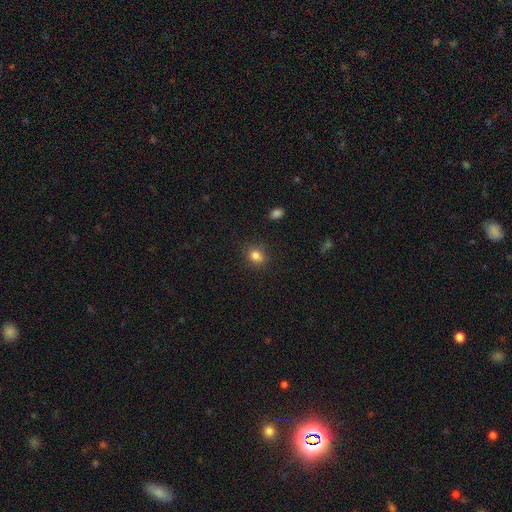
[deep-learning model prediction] Smooth or featured? Predicted: smooth (p=0.82). How rounded? Predicted: round (p=0.65). Merging? Predicted: none (p=0.80).